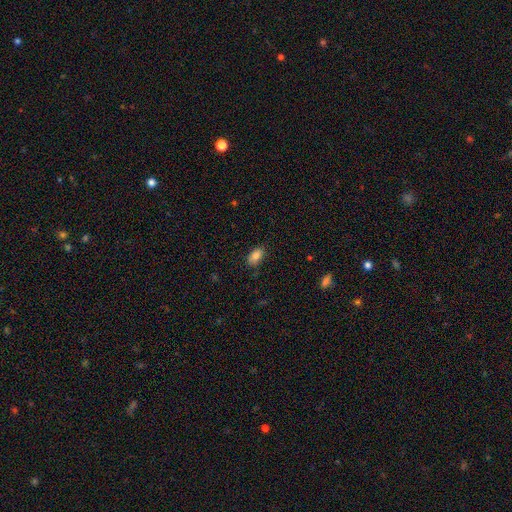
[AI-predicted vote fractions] This is clearly a smooth galaxy (84%). How rounded: clearly in between (91%). Merging: likely none (77%).